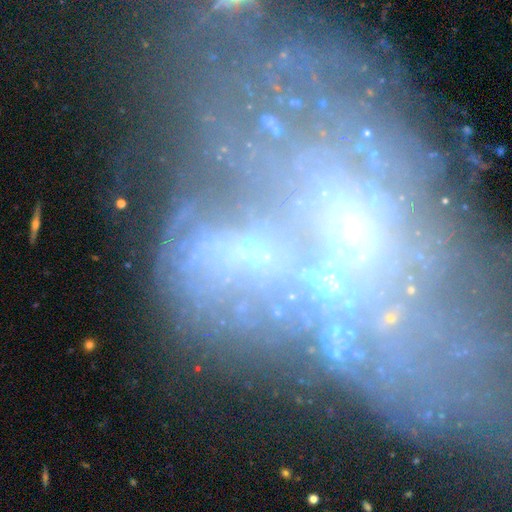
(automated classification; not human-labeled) A featured or disk galaxy (50%).

Vote fractions:
- Smooth or featured? featured or disk: 50% / star or artifact: 33% / smooth: 17%
- Merging? major disturbance: 31% / none: 29% / merger: 25% / minor disturbance: 14%